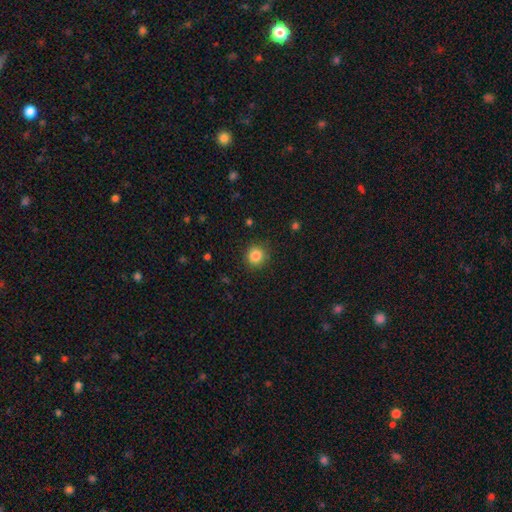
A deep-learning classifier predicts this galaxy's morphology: smooth-or-featured: smooth: 85% | star or artifact: 11% | featured or disk: 5%
  how-rounded: round: 91% | in between: 8% | cigar-shaped: 1%
  merging: none: 88% | minor disturbance: 8% | major disturbance: 3% | merger: 1%